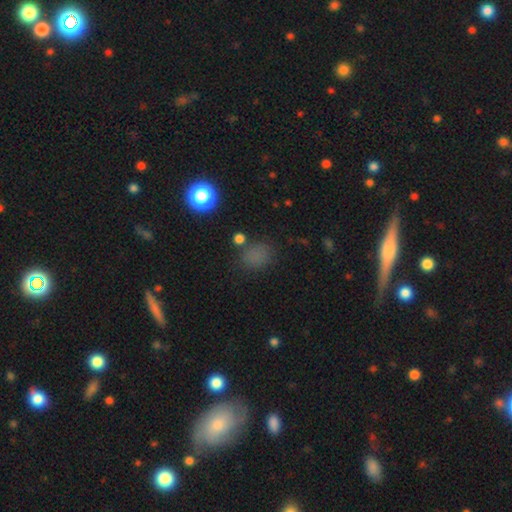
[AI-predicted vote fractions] smooth-or-featured: smooth: 70% | star or artifact: 24% | featured or disk: 6%
  how-rounded: round: 57% | in between: 42% | cigar-shaped: 2%
  merging: none: 73% | minor disturbance: 15% | major disturbance: 6% | merger: 5%